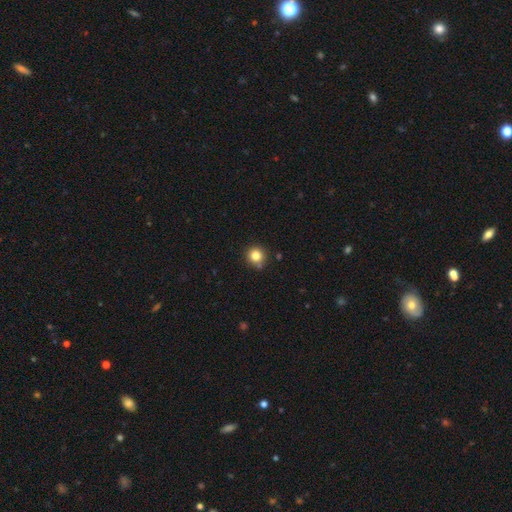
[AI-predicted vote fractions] Smooth or featured? Predicted: smooth (p=0.83). How rounded? Predicted: round (p=0.93). Merging? Predicted: none (p=0.83).